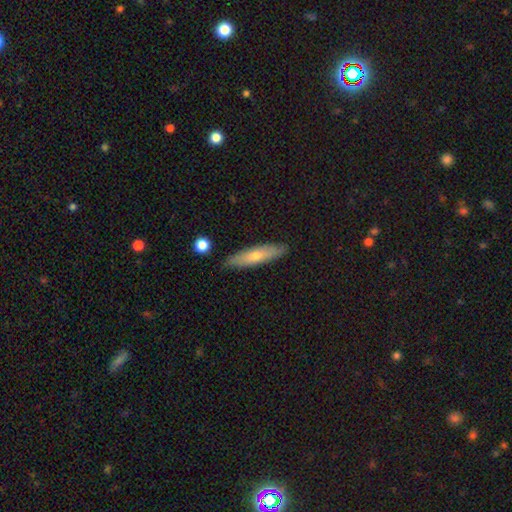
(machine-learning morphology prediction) The model was most divided on "smooth or featured": smooth: 59%, featured or disk: 35%, star or artifact: 6%. More confident: merging — none (85%); how rounded — cigar-shaped (78%).